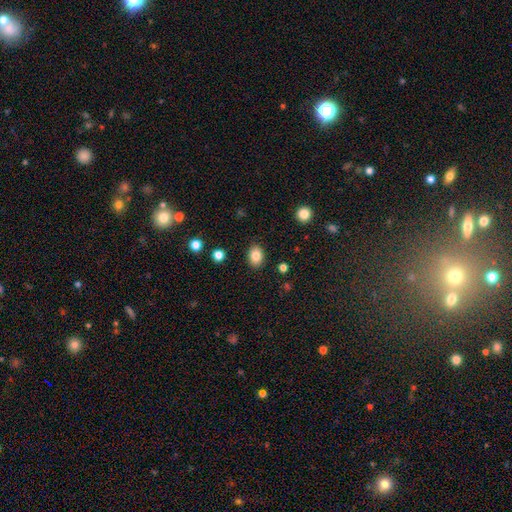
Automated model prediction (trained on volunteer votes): This appears to be a smooth galaxy with no disk features (85%) that is in between round and cigar-shaped (71%). Merging: none (88%).